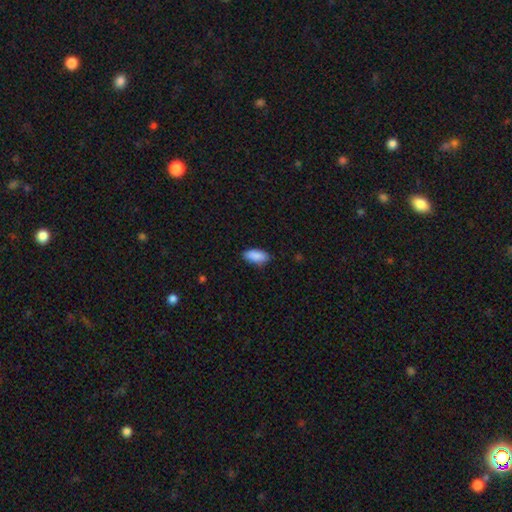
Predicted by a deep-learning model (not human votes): This appears to be a smooth galaxy with no disk features (90%) that is in between round and cigar-shaped (89%). Merging: none (83%).